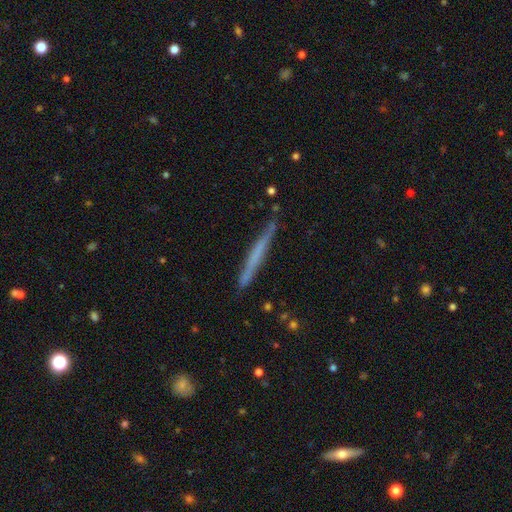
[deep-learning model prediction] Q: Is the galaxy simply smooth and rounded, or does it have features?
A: smooth — 51%.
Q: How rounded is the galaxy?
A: cigar-shaped — 97%.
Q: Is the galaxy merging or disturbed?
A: none — 87%.